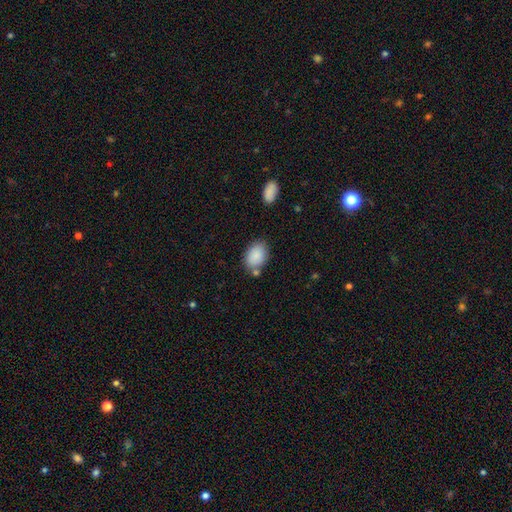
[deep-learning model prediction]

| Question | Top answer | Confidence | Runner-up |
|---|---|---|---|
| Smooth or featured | smooth | 88% | star or artifact (7%) |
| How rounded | in between | 84% | round (15%) |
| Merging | none | 69% | minor disturbance (16%) |